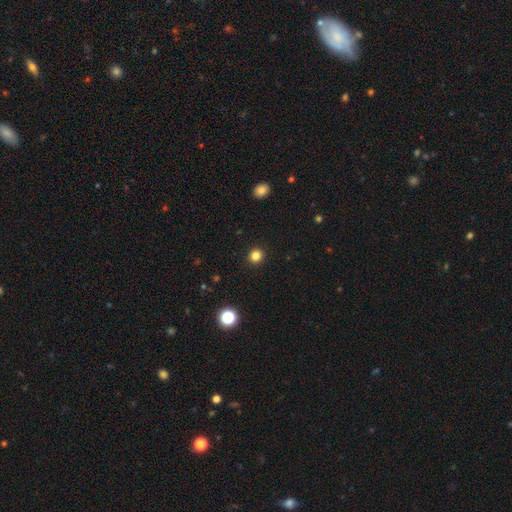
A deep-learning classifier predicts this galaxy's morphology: Overall: smooth (83%). How rounded: round (92%). Merging: none (93%).